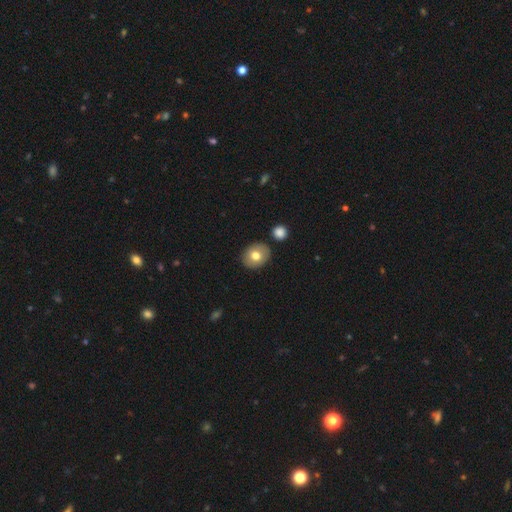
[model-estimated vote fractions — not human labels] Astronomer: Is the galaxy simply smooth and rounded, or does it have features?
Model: smooth — 73%.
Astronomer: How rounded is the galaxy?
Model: round — 58% (runner-up: in between, 41%).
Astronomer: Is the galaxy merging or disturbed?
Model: none — 86%.